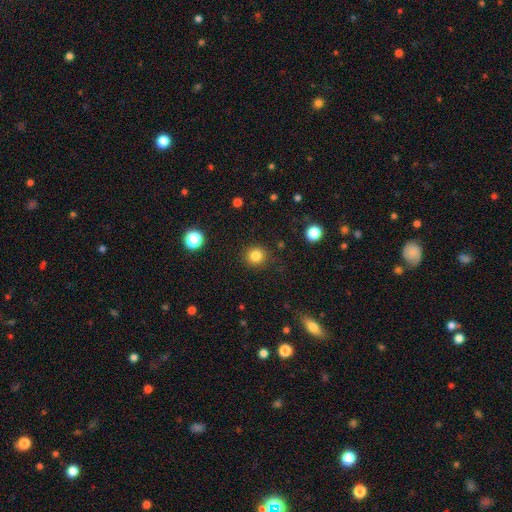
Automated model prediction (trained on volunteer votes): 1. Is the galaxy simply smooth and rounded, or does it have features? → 83% smooth, 12% star or artifact, 5% featured or disk.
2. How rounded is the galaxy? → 92% round, 7% in between, 1% cigar-shaped.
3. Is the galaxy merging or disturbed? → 89% none, 7% minor disturbance, 3% major disturbance, 1% merger.